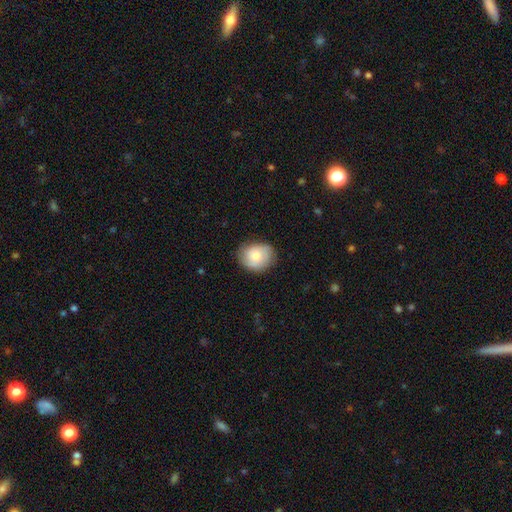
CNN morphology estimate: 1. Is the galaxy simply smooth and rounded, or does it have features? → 70% smooth, 23% featured or disk, 7% star or artifact.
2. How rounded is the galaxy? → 56% round, 43% in between, 1% cigar-shaped.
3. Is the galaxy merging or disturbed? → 77% none, 18% minor disturbance, 4% major disturbance, 1% merger.